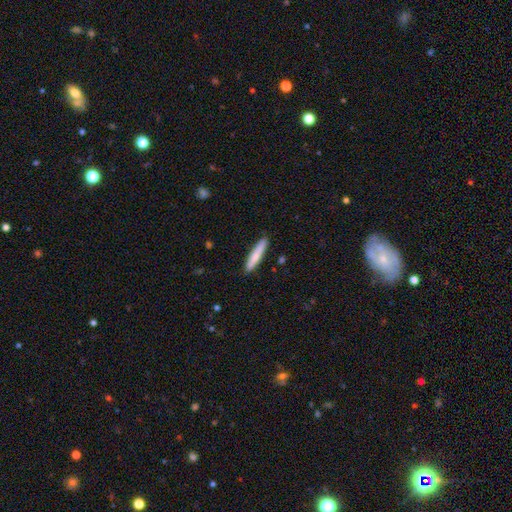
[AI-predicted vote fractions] smooth-or-featured: smooth: 74% | featured or disk: 21% | star or artifact: 5%
  how-rounded: cigar-shaped: 91% | in between: 8% | round: 1%
  merging: none: 89% | minor disturbance: 8% | major disturbance: 2% | merger: 1%